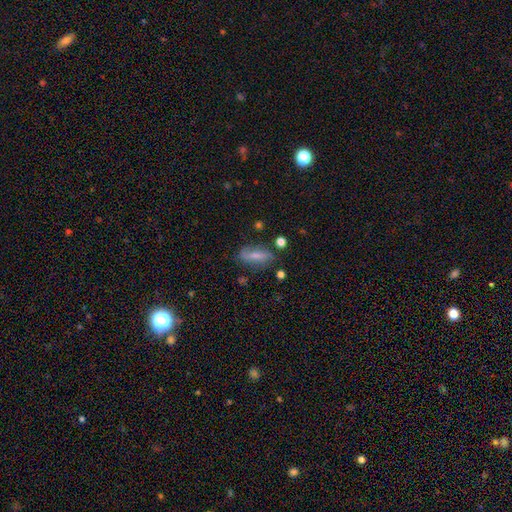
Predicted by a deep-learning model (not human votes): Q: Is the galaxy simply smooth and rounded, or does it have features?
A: smooth — 52%.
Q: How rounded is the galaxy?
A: in between — 68%.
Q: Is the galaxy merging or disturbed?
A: none — 65%.